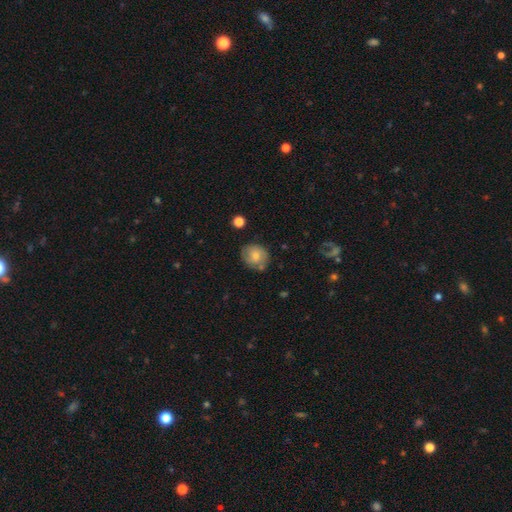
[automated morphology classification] A smooth galaxy with no disk features (62%) that is round (75%).

Vote fractions:
- Smooth or featured? smooth: 62% / featured or disk: 29% / star or artifact: 9%
- How rounded? round: 75% / in between: 24% / cigar-shaped: 1%
- Merging? none: 71% / minor disturbance: 20% / major disturbance: 5% / merger: 5%